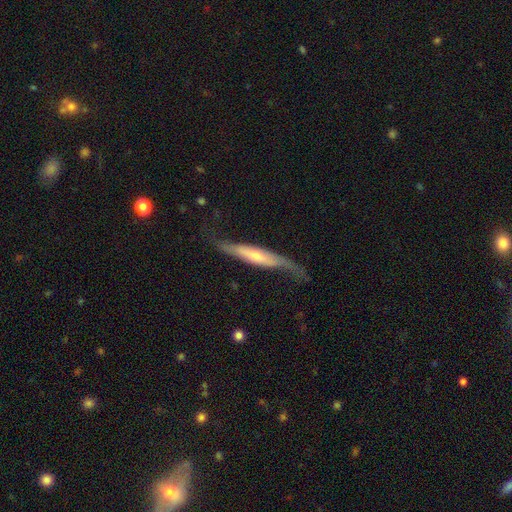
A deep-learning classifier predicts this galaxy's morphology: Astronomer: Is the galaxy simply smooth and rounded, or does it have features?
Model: featured or disk — 67%.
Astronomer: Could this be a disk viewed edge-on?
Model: yes — 65%.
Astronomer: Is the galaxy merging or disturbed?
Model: none — 54%.